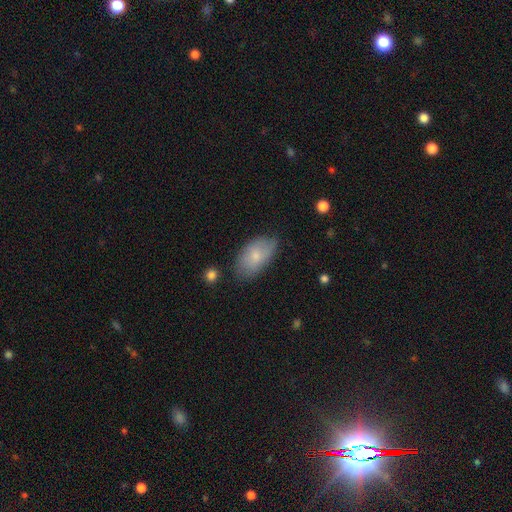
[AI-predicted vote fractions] Overall: smooth (74%). How rounded: in between (94%). Merging: none (67%).